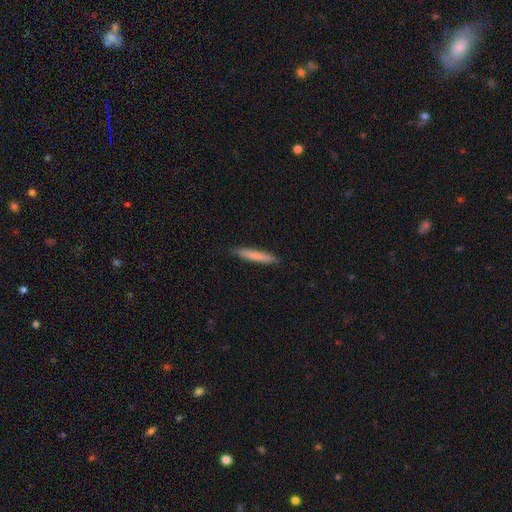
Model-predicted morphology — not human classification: This appears to be a smooth galaxy with no disk features (77%) that is cigar-shaped (95%). Merging: none (90%).